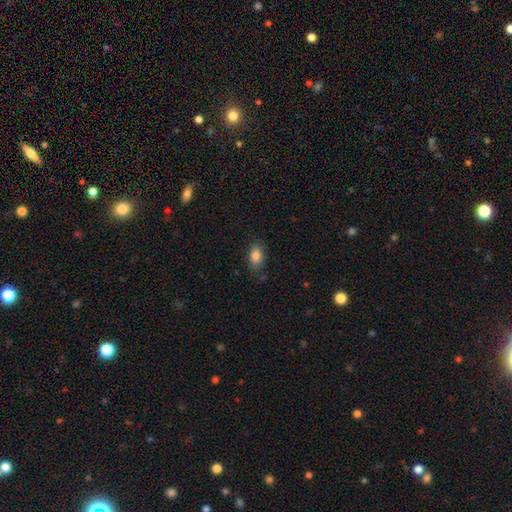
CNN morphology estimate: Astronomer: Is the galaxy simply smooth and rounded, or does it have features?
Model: smooth — 84%.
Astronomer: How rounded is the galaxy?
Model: in between — 89%.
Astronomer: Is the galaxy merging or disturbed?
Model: none — 79%.